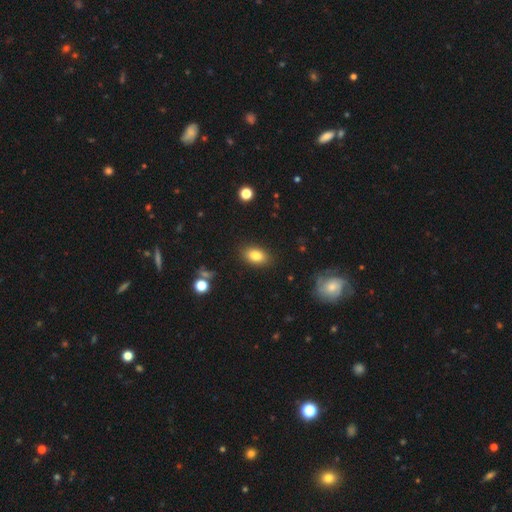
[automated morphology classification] Smooth or featured? smooth (82%)
How rounded? in between (87%)
Merging? none (87%)